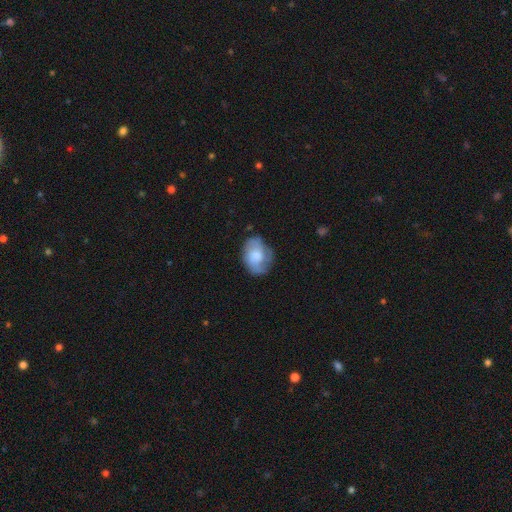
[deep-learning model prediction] smooth 48%, featured or disk 45%, star or artifact 7%. Down the decision tree: merging — none (60%).